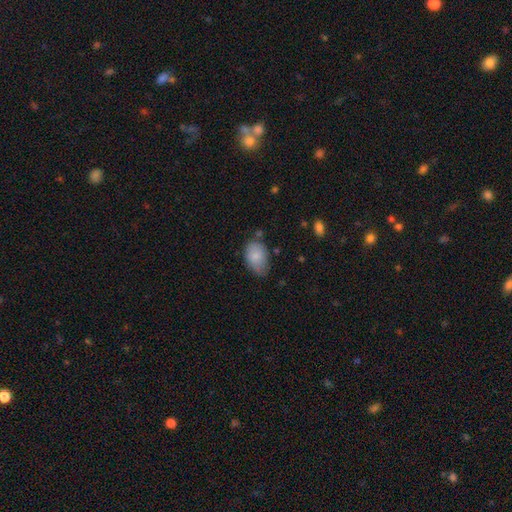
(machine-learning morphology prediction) A smooth galaxy with no disk features (84%) that is in between round and cigar-shaped (88%).

Vote fractions:
- Smooth or featured? smooth: 84% / featured or disk: 10% / star or artifact: 7%
- How rounded? in between: 88% / round: 11% / cigar-shaped: 1%
- Merging? none: 58% / minor disturbance: 31% / major disturbance: 7% / merger: 4%